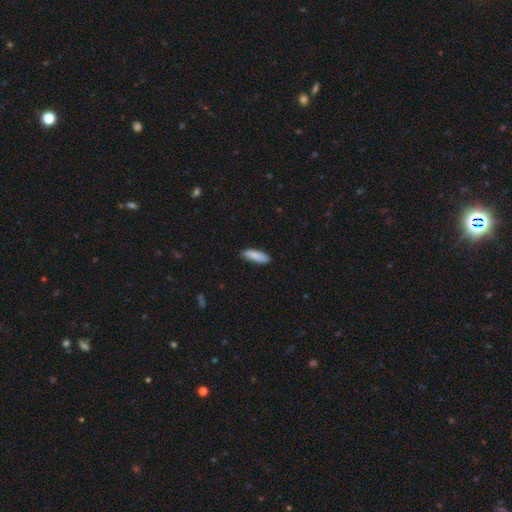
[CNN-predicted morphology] The model was most divided on "how rounded": in between: 51%, cigar-shaped: 47%, round: 2%. More confident: smooth or featured — smooth (86%); merging — none (82%).